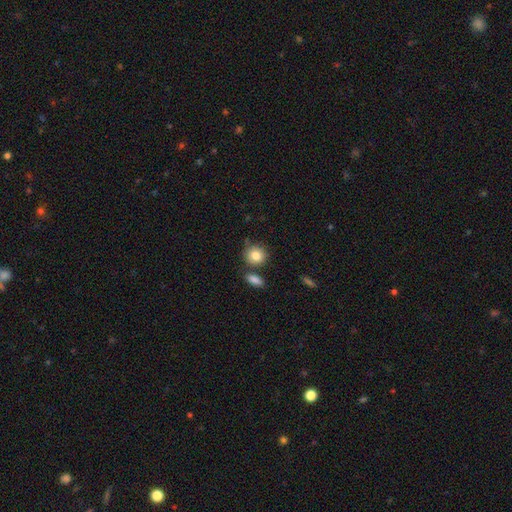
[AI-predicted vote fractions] Overall: smooth (84%). How rounded: round (81%). Merging: none (72%).